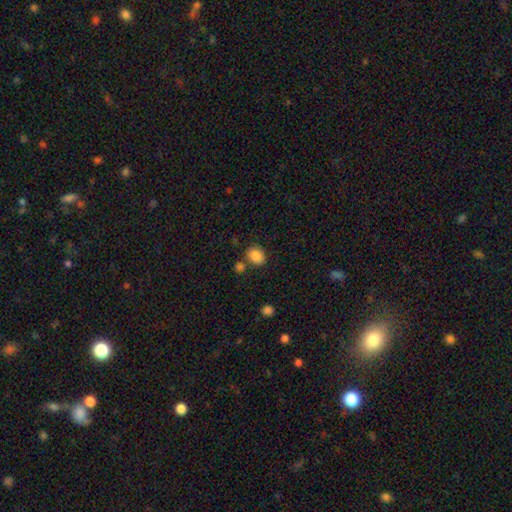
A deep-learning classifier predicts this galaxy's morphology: The model was most divided on "how rounded": round: 50%, in between: 49%, cigar-shaped: 1%. More confident: smooth or featured — smooth (87%); merging — none (72%).